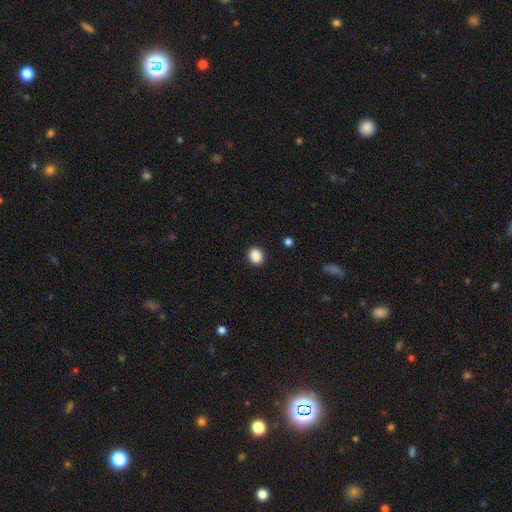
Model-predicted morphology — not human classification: A smooth galaxy with no disk features (88%) that is round (72%).

Vote fractions:
- Smooth or featured? smooth: 88% / star or artifact: 9% / featured or disk: 3%
- How rounded? round: 72% / in between: 27% / cigar-shaped: 1%
- Merging? none: 91% / minor disturbance: 6% / major disturbance: 2% / merger: 1%